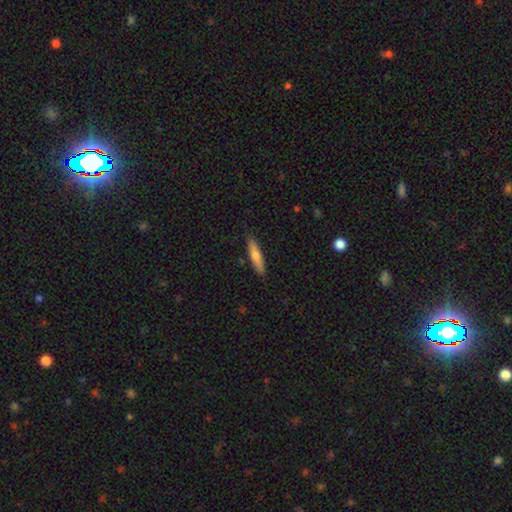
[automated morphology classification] This appears to be a smooth galaxy with no disk features (72%) that is cigar-shaped (82%). Merging: none (86%).